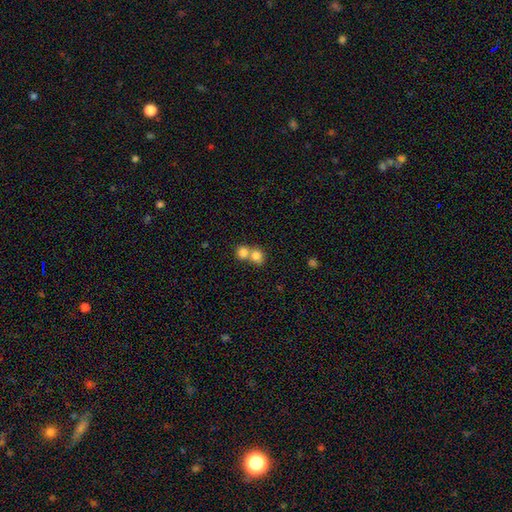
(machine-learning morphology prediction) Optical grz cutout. It shows a smooth galaxy with no disk features (80%) that is round (77%). Merging: merger (61%).